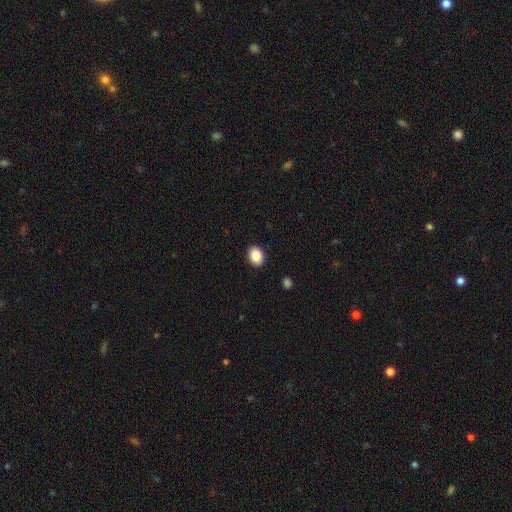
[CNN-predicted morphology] Smooth or featured? smooth (87%)
How rounded? in between (61%)
Merging? none (91%)